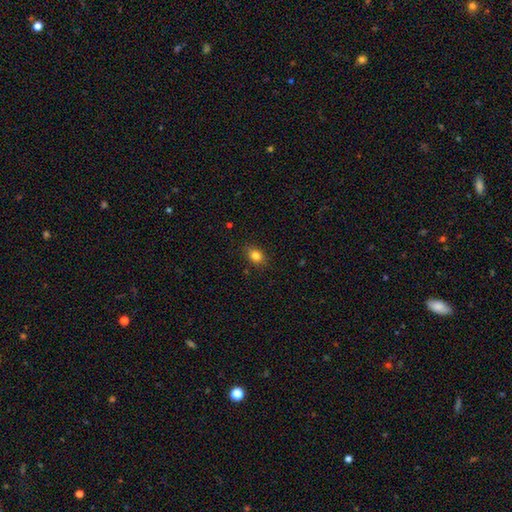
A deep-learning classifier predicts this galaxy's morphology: Smooth or featured? smooth (82%)
How rounded? in between (56%)
Merging? none (85%)